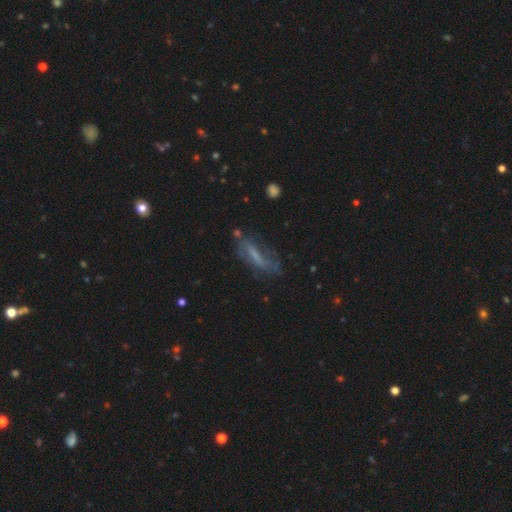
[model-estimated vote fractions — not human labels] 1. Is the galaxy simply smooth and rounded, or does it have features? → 47% featured or disk, 41% smooth, 11% star or artifact.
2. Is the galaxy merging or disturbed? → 54% none, 26% minor disturbance, 16% major disturbance, 4% merger.